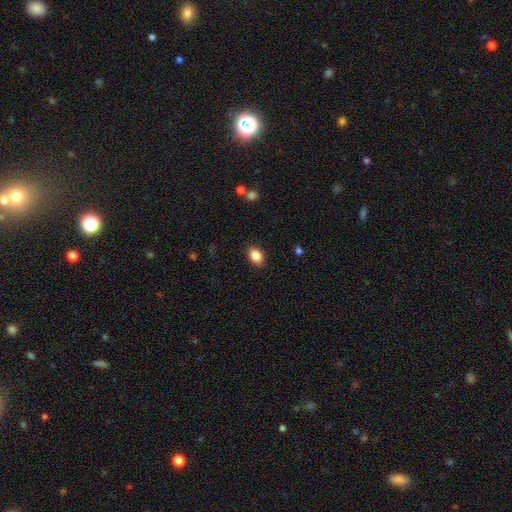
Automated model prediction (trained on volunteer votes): Morphology: type=smooth (88%); roundness=in between (75%); merging=none (88%).